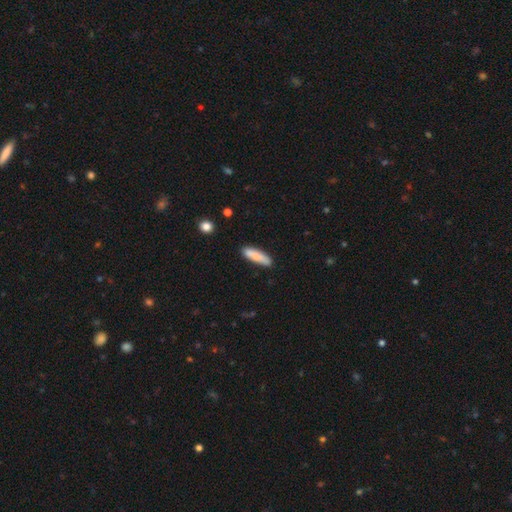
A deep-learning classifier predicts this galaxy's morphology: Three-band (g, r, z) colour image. It shows a smooth galaxy with no disk features (83%) that is cigar-shaped (66%). Merging: none (82%).